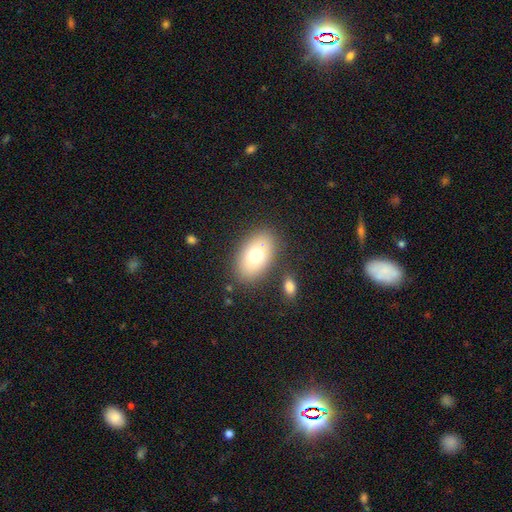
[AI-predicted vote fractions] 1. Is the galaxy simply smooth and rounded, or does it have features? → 73% smooth, 18% featured or disk, 9% star or artifact.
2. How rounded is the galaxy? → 88% in between, 11% round, 1% cigar-shaped.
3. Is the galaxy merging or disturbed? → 80% none, 10% minor disturbance, 5% merger, 4% major disturbance.